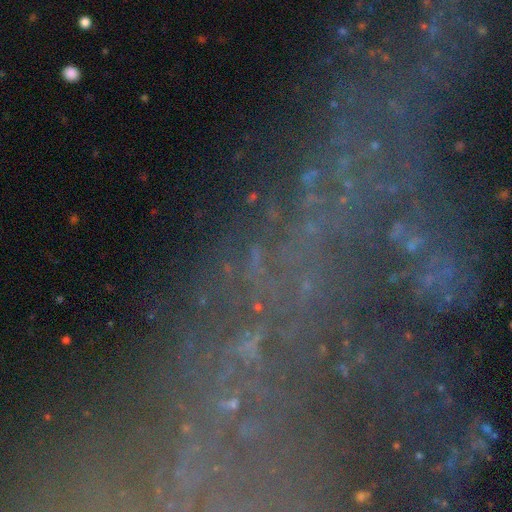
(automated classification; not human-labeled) star or artifact 61%, featured or disk 26%, smooth 13%.